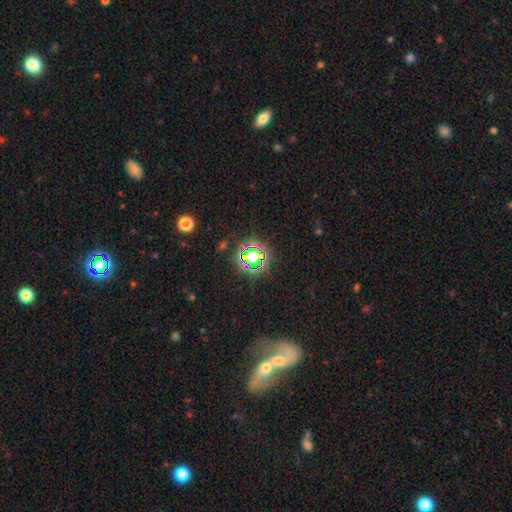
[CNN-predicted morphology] Smooth or featured?
  - star or artifact: 58% *
  - smooth: 31%
  - featured or disk: 10%